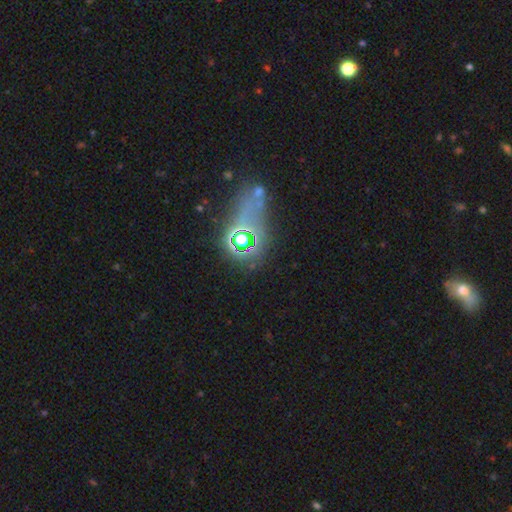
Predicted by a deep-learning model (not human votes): This appears to be a star or artifact, not a galaxy (59%).